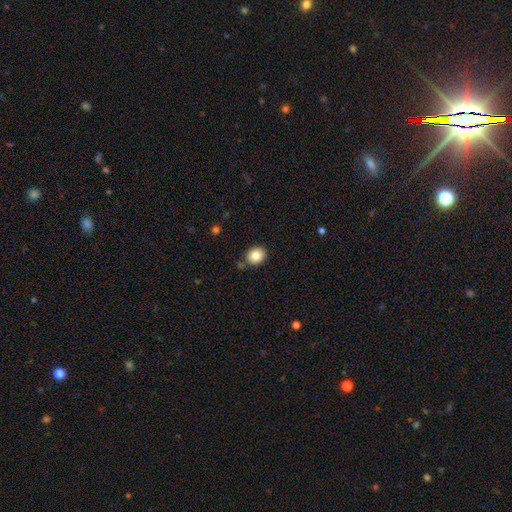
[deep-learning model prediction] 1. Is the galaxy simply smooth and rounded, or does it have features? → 85% smooth, 9% star or artifact, 6% featured or disk.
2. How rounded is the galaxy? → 58% round, 42% in between, 1% cigar-shaped.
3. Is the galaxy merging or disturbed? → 81% none, 12% minor disturbance, 4% merger, 3% major disturbance.